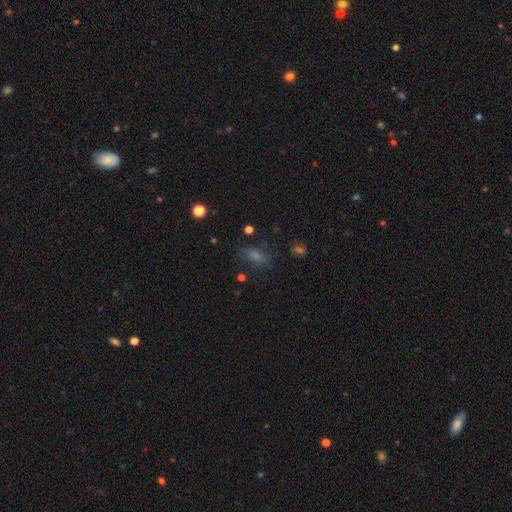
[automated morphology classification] smooth 46%, star or artifact 33%, featured or disk 21%. Down the decision tree: merging — none (68%).